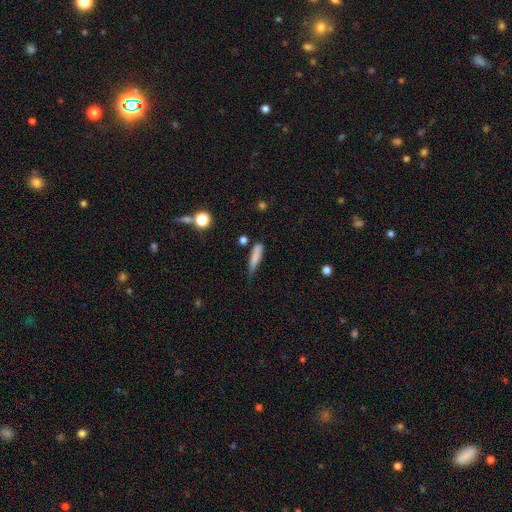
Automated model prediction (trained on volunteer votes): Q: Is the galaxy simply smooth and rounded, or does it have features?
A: smooth — 81%.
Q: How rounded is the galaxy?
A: cigar-shaped — 76%.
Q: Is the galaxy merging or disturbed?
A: none — 56%.